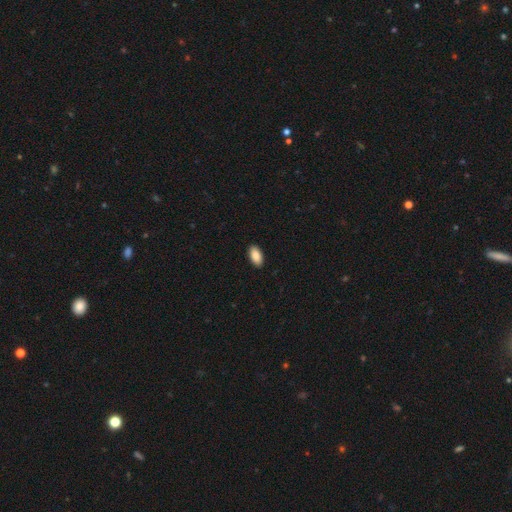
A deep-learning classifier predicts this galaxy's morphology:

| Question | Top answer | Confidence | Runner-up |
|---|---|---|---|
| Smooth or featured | smooth | 90% | star or artifact (6%) |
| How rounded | in between | 94% | cigar-shaped (3%) |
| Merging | none | 91% | minor disturbance (7%) |